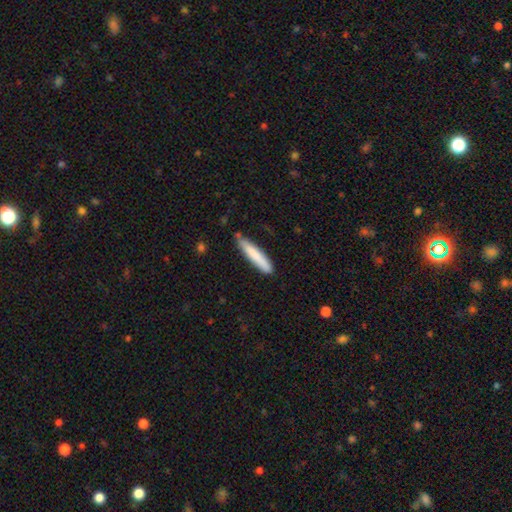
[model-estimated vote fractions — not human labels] A smooth galaxy with no disk features (81%) that is cigar-shaped (91%). Merging: none (79%).